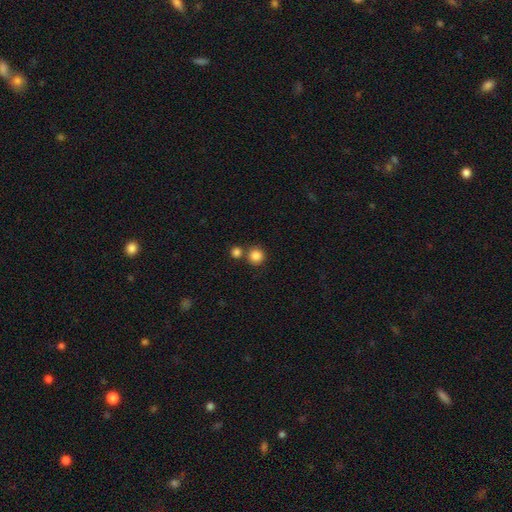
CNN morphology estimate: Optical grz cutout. It shows a smooth galaxy with no disk features (85%) that is round (92%). Merging: none (69%).